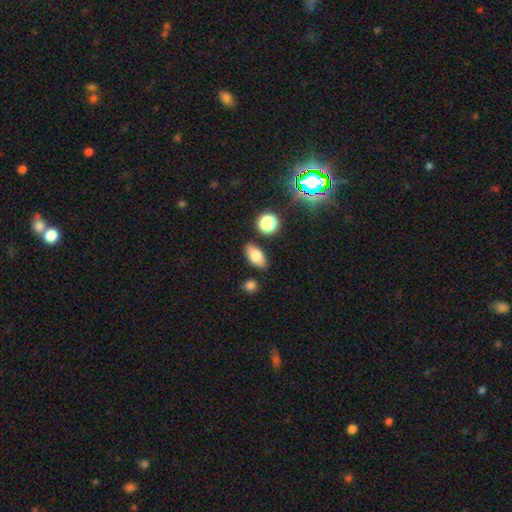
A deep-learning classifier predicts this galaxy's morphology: type=smooth (78%); roundness=in between (88%); merging=none (85%).